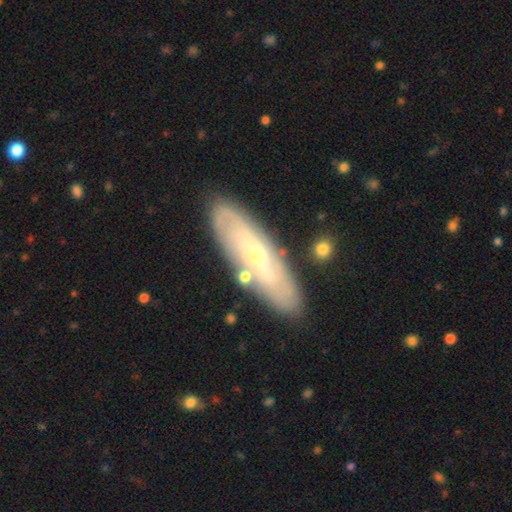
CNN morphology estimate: smooth-or-featured: featured or disk: 64% | smooth: 30% | star or artifact: 6%
  disk-edge-on: no: 74% | yes: 26%
  merging: none: 80% | minor disturbance: 13% | merger: 4% | major disturbance: 3%